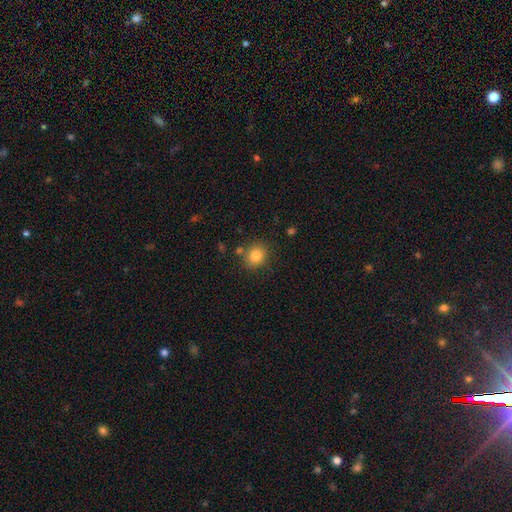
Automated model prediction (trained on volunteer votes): Smooth or featured? smooth (82%)
How rounded? round (77%)
Merging? none (81%)